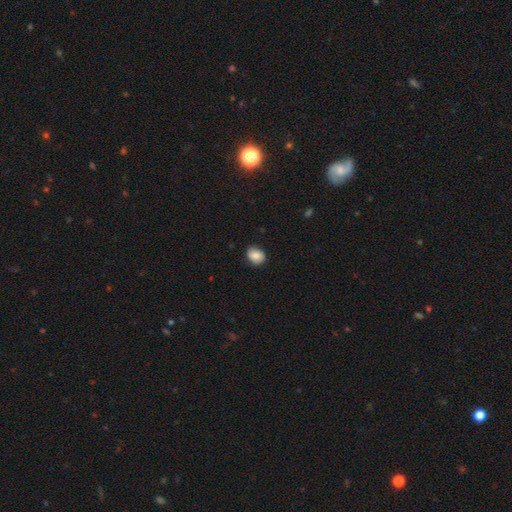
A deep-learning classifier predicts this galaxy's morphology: This appears to be a smooth galaxy with no disk features (80%) that is round (53%). Merging: none (81%).